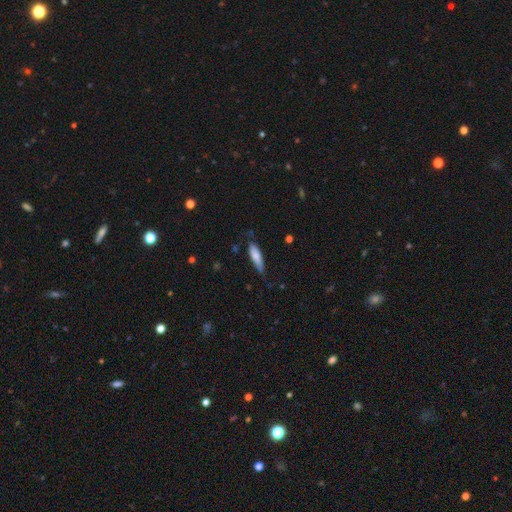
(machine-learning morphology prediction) Overall: smooth (76%). How rounded: cigar-shaped (63%; in between 35%). Merging: none (66%; minor disturbance 28%).